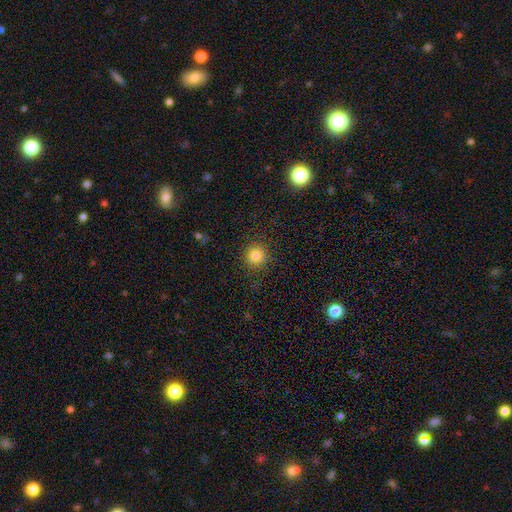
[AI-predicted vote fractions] A smooth galaxy with no disk features (83%) that is round (92%). Merging: none (88%).